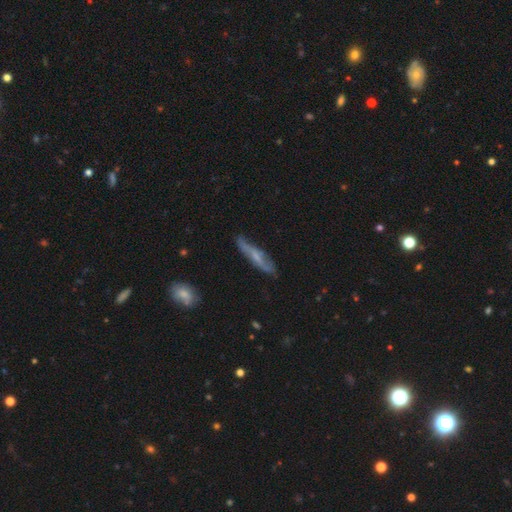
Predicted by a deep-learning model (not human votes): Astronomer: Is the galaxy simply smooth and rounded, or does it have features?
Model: featured or disk — 53% (runner-up: smooth, 40%).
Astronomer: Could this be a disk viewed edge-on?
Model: yes — 62% (runner-up: no, 38%).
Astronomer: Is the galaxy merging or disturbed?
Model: none — 73%.